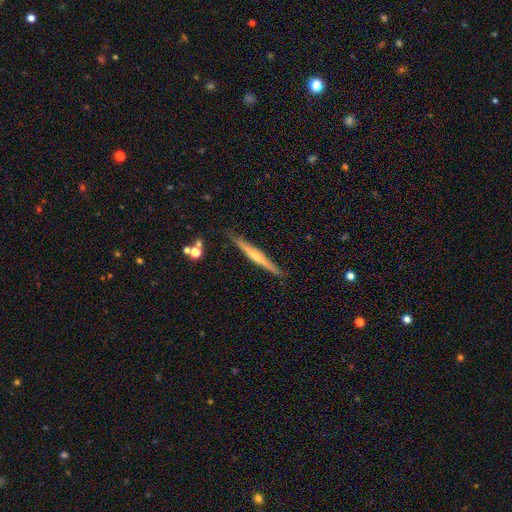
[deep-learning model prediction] Smooth or featured?
  - featured or disk: 72% *
  - smooth: 22%
  - star or artifact: 6%
Edge-on disk?
  - yes: 97% *
  - no: 3%
Edge-on bulge?
  - rounded: 78% *
  - none: 19%
  - boxy: 4%
Merging?
  - none: 87% *
  - minor disturbance: 9%
  - major disturbance: 2%
  - merger: 2%